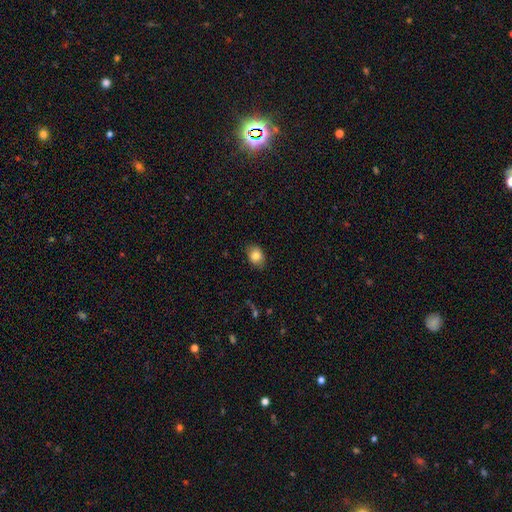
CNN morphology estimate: The model was most divided on "how rounded": in between: 65%, round: 34%, cigar-shaped: 1%. More confident: smooth or featured — smooth (81%); merging — none (81%).